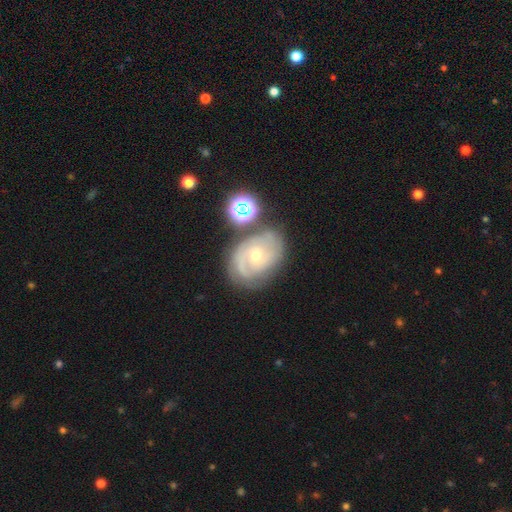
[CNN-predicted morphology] The model was most divided on "bulge size": small: 49%, moderate: 47%, large: 2%, none: 1%, dominant: 1%. Remaining: edge-on disk — no (96%); spiral arms — yes (89%); smooth or featured — featured or disk (75%); bar — no (69%); merging — none (59%); spiral winding — tight (52%); spiral arm count — 2 (47%).